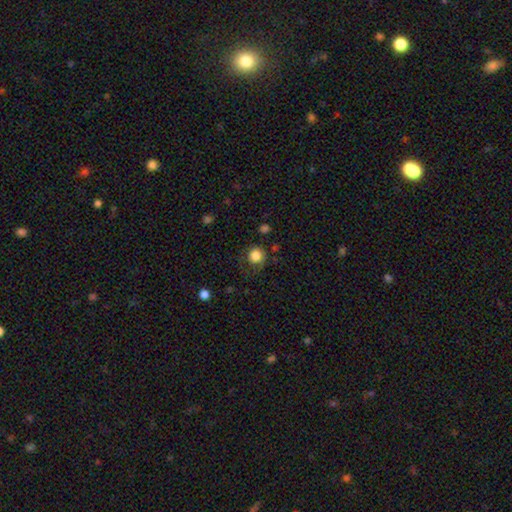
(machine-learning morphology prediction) type=smooth (84%); roundness=round (90%); merging=none (70%).